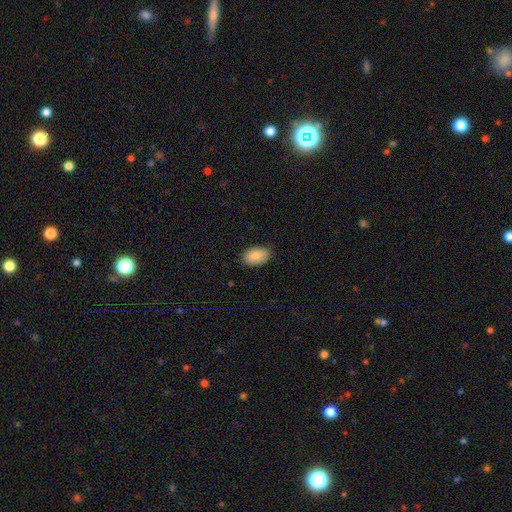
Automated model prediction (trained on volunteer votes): Smooth or featured?
  - smooth: 89% *
  - star or artifact: 7%
  - featured or disk: 5%
How rounded?
  - in between: 92% *
  - round: 7%
  - cigar-shaped: 1%
Merging?
  - none: 87% *
  - minor disturbance: 10%
  - major disturbance: 2%
  - merger: 1%